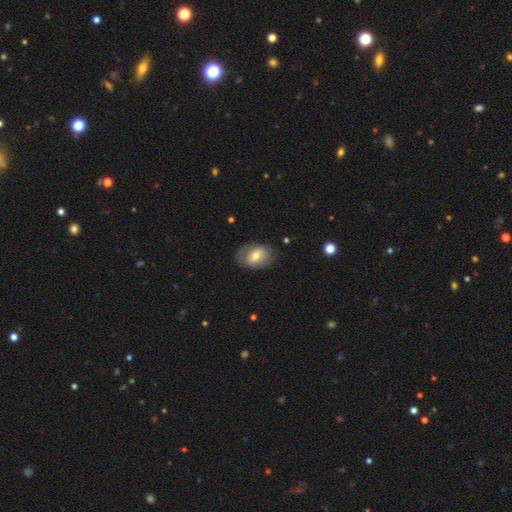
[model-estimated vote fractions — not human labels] This appears to be a smooth galaxy with no disk features (55%) that is in between round and cigar-shaped (75%). Merging: none (72%).